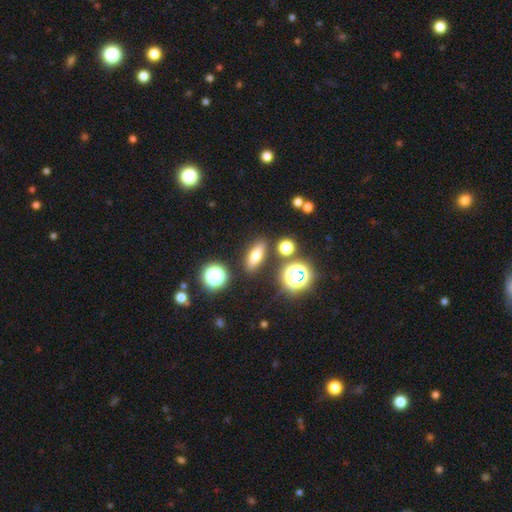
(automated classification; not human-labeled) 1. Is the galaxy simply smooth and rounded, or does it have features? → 60% smooth, 22% featured or disk, 17% star or artifact.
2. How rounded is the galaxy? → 52% in between, 35% cigar-shaped, 13% round.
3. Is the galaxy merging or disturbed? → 86% none, 8% minor disturbance, 4% merger, 3% major disturbance.